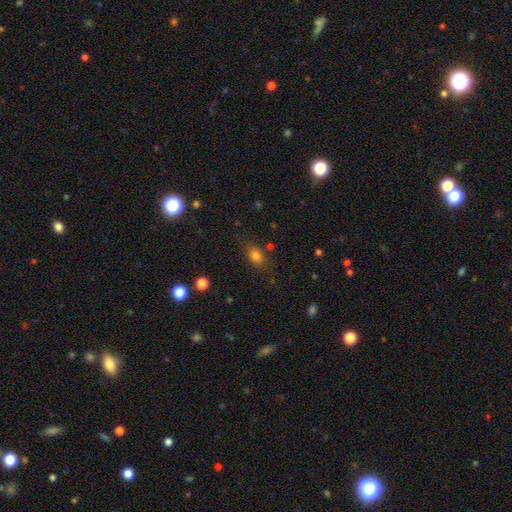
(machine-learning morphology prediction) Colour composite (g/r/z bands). It shows a smooth galaxy with no disk features (78%) that is in between round and cigar-shaped (66%). Merging: none (78%).